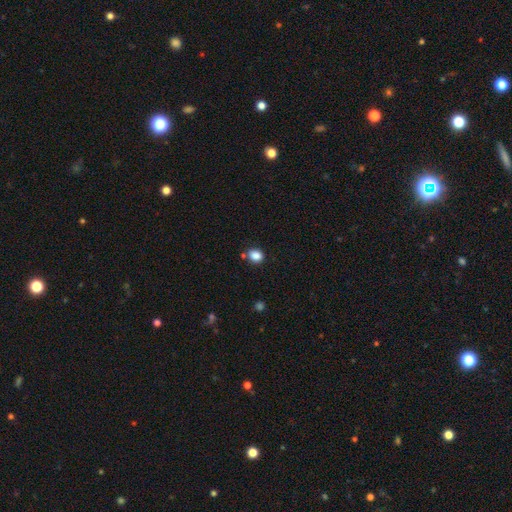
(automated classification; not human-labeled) smooth_or_featured: smooth (p=0.86) [alt: star or artifact p=0.10]
how_rounded: in between (p=0.50) [alt: round p=0.49]
merging: none (p=0.74) [alt: minor disturbance p=0.14]